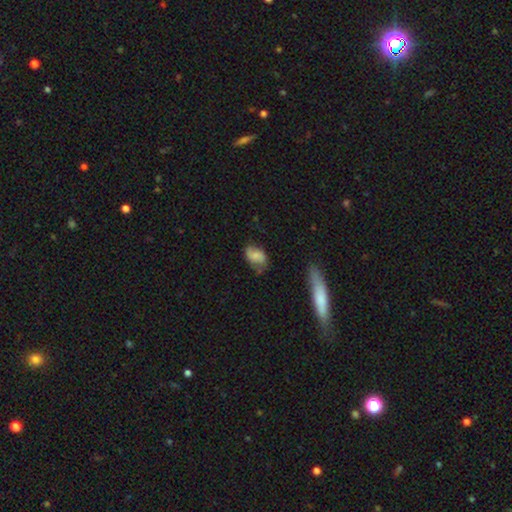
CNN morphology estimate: smooth 62%, featured or disk 30%, star or artifact 9%. Down the decision tree: how rounded — in between (84%); merging — none (55%).